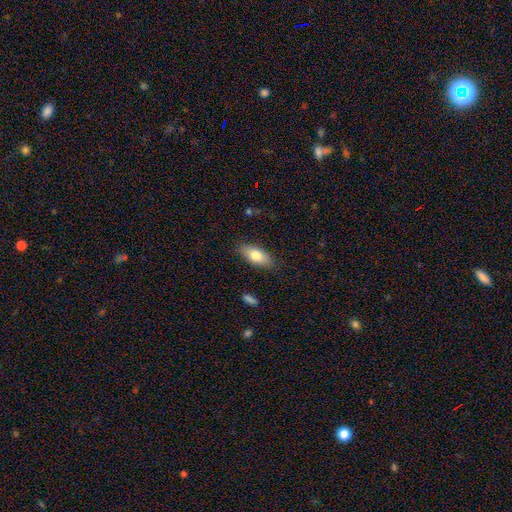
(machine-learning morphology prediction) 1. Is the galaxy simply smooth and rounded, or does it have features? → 76% smooth, 17% featured or disk, 7% star or artifact.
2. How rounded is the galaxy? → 83% in between, 14% cigar-shaped, 3% round.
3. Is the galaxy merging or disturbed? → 85% none, 11% minor disturbance, 3% major disturbance, 1% merger.